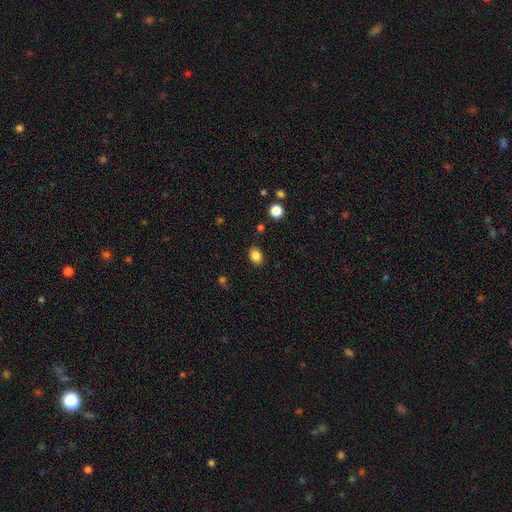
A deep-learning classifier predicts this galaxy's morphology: Smooth or featured? Predicted: smooth (p=0.85). How rounded? Predicted: in between (p=0.64). Merging? Predicted: none (p=0.83).